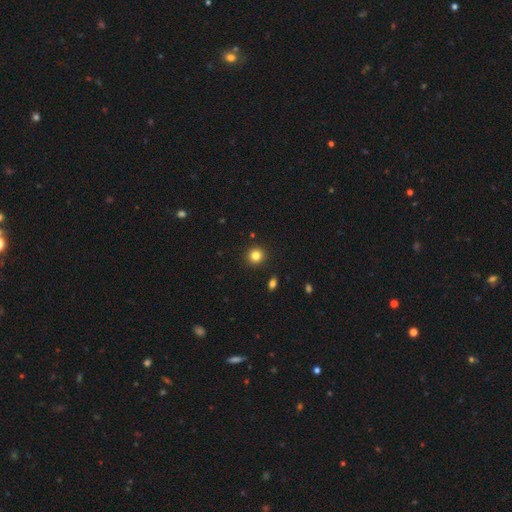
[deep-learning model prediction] A smooth galaxy with no disk features (83%) that is round (93%). Merging: none (92%).